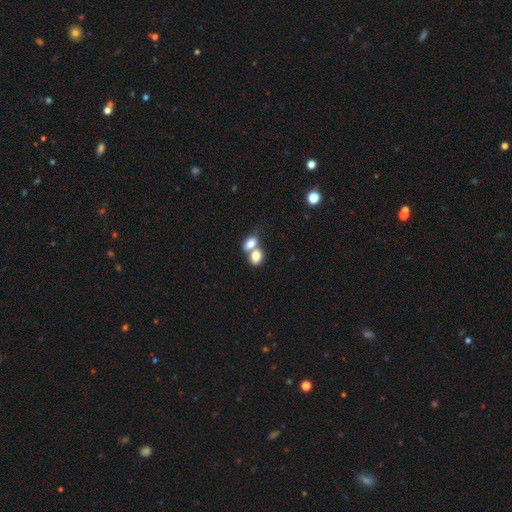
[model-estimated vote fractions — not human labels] Smooth or featured: smooth — 79% (featured or disk — 13%)
How rounded: in between — 71% (round — 28%)
Merging: merger — 65% (none — 25%)